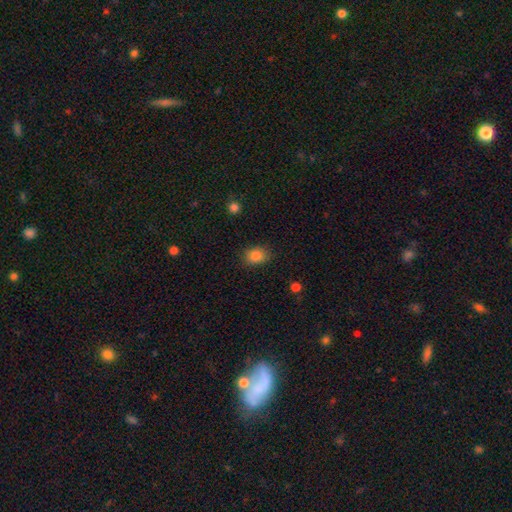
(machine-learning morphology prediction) Smooth or featured?
  - smooth: 85% *
  - star or artifact: 10%
  - featured or disk: 5%
How rounded?
  - in between: 59% *
  - round: 40%
  - cigar-shaped: 1%
Merging?
  - none: 84% *
  - minor disturbance: 12%
  - major disturbance: 3%
  - merger: 1%